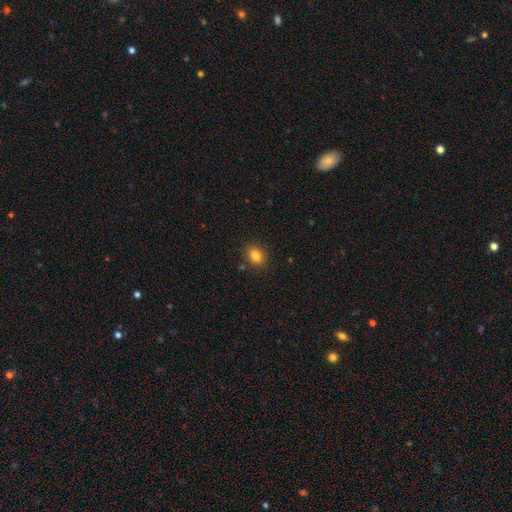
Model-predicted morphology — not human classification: Smooth or featured: smooth — 83% (star or artifact — 10%)
How rounded: in between — 72% (round — 26%)
Merging: none — 86% (minor disturbance — 9%)